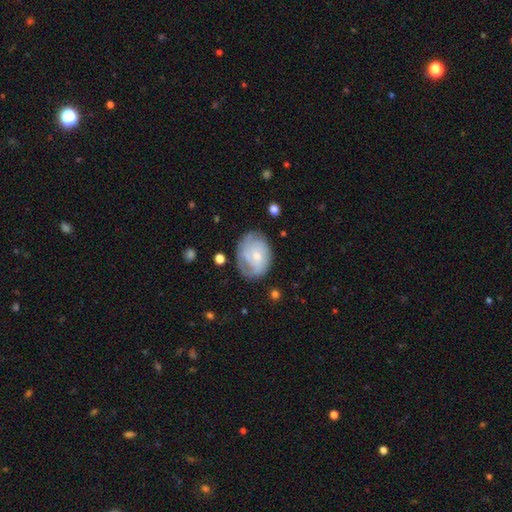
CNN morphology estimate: Smooth or featured: featured or disk — 62% (smooth — 31%)
Edge-on disk: no — 97% (yes — 3%)
Bar: no — 68% (weak — 28%)
Spiral arms: yes — 82% (no — 18%)
Bulge size: small — 59% (moderate — 33%)
Merging: none — 65% (minor disturbance — 23%)